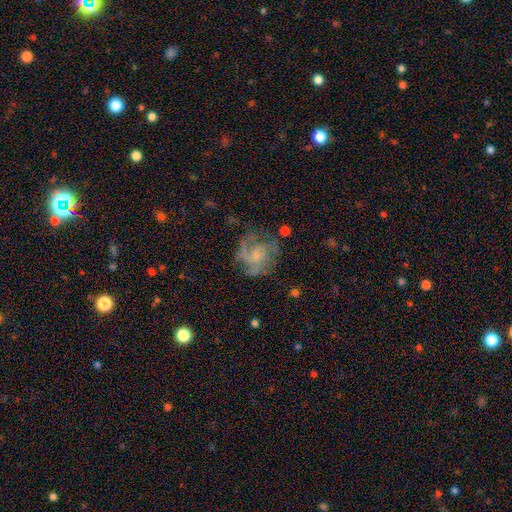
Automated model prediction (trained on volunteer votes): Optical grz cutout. It shows a featured or disk galaxy (59%) with no bar (74%), spiral arms (67%) and a small central bulge (49%). Merging: none (50%).